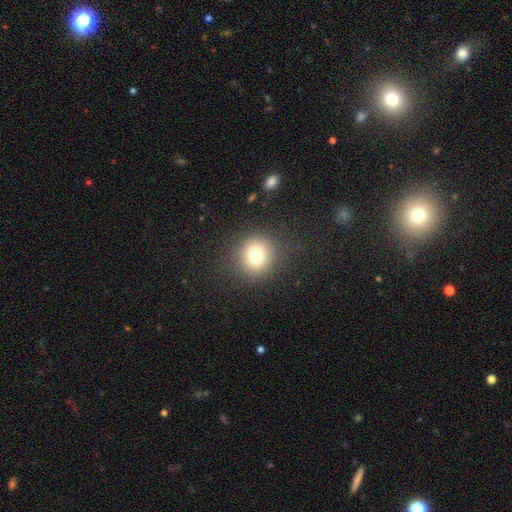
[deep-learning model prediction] Smooth or featured: smooth — 75% (star or artifact — 14%)
How rounded: round — 92% (in between — 7%)
Merging: none — 87% (minor disturbance — 7%)